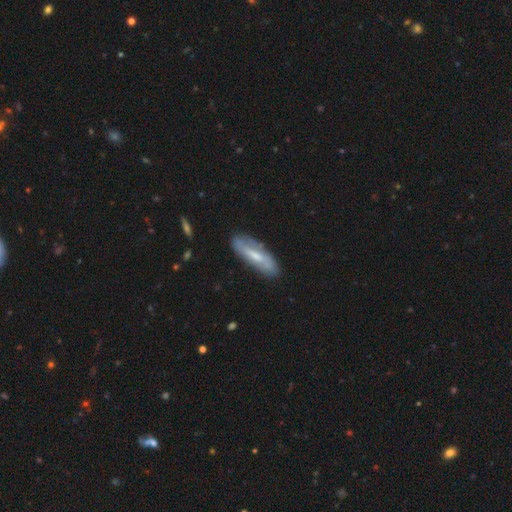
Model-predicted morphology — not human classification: A smooth galaxy with no disk features (47%, tied with featured or disk). Merging: none (77%).